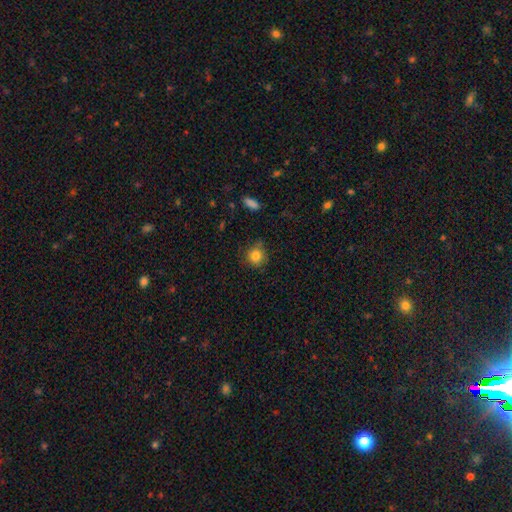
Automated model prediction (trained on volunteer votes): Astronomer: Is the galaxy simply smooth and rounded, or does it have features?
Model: smooth — 83%.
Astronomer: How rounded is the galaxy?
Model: round — 88%.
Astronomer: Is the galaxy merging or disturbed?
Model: none — 76%.